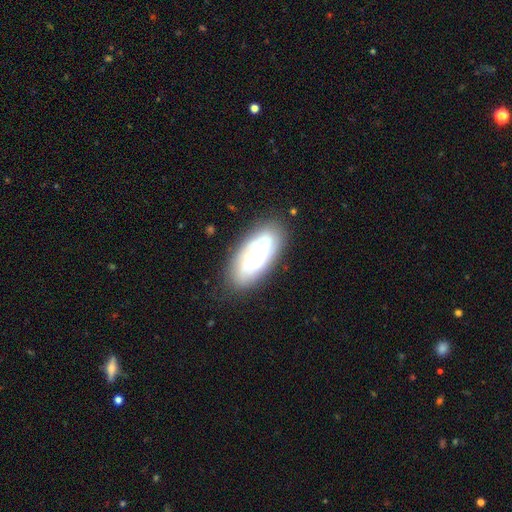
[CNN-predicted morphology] featured or disk 67%, smooth 26%, star or artifact 7%. Down the decision tree: edge-on disk — no (92%); bar — no (67%); spiral arms — yes (90%); spiral arm count — can't tell (39%); spiral winding — tight (61%); bulge size — small (48%); merging — none (80%).